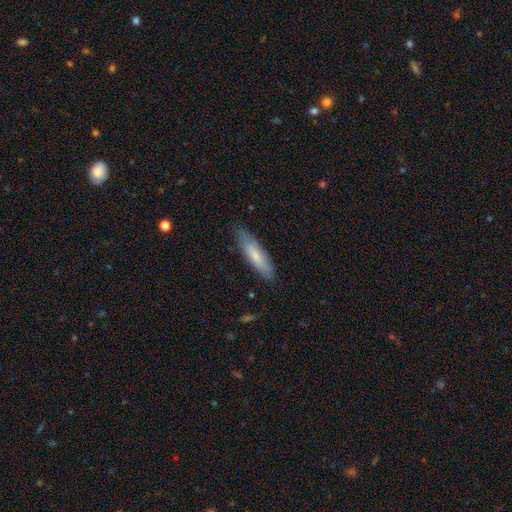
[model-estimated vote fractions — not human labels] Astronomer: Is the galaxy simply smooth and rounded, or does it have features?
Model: smooth — 72%.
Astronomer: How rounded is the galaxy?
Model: cigar-shaped — 71%.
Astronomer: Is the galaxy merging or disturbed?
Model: none — 77%.